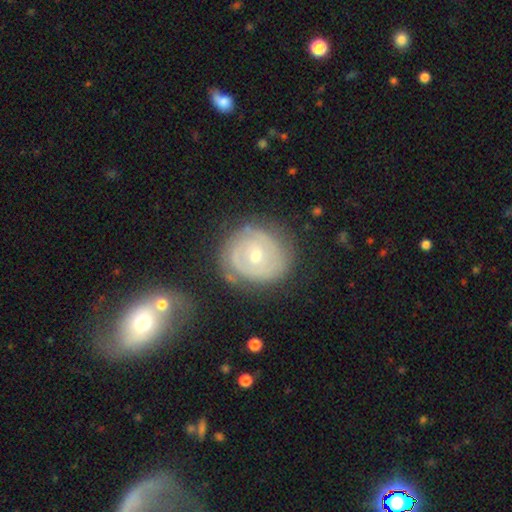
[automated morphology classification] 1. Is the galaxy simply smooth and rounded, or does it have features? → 74% featured or disk, 20% smooth, 6% star or artifact.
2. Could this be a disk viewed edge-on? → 97% no, 3% yes.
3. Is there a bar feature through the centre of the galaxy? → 66% no, 28% weak, 6% strong.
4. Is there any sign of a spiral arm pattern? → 80% yes, 20% no.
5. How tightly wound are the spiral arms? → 74% tight, 20% medium, 7% loose.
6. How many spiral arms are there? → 41% 2, 35% can't tell, 10% 3, 8% 1, 3% 4, 3% more than 4.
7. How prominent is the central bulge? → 50% small, 47% moderate, 2% large, 1% none, 1% dominant.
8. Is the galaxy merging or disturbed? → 70% none, 19% minor disturbance, 7% major disturbance, 4% merger.